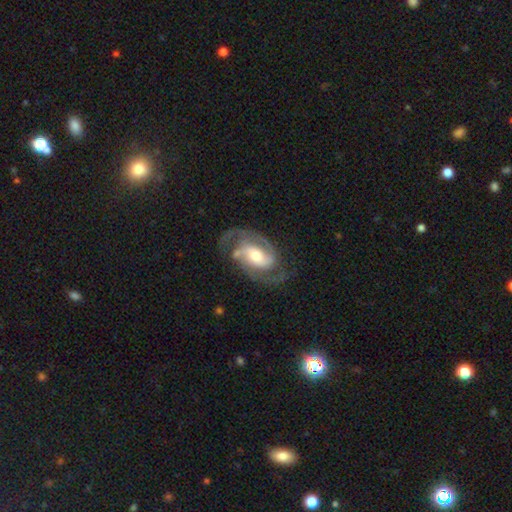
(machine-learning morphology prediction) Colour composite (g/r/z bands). It shows a featured or disk galaxy (89%) with a weak bar (40%), 2 (74%) medium (51%) spiral arms (97%) and a moderate central bulge (60%). Merging: none (68%).